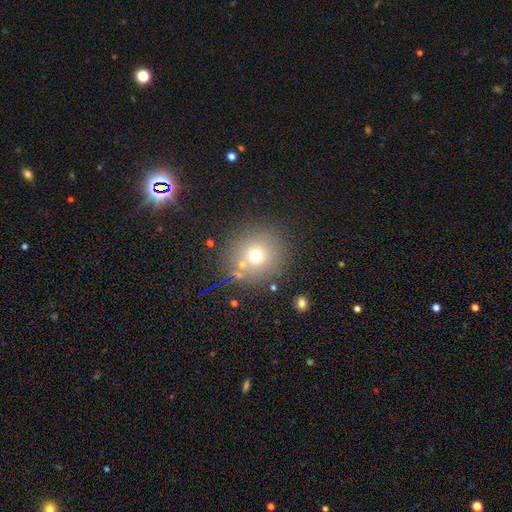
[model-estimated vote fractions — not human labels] Smooth or featured? Predicted: smooth (p=0.67). How rounded? Predicted: round (p=0.90). Merging? Predicted: none (p=0.80).